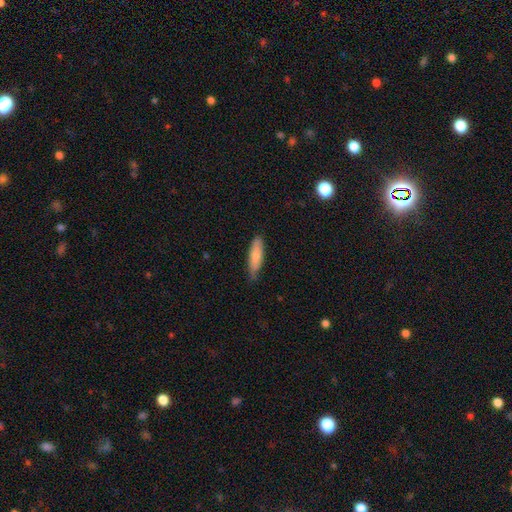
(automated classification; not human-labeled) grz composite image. It shows a smooth galaxy with no disk features (78%) that is cigar-shaped (57%). Merging: none (70%).